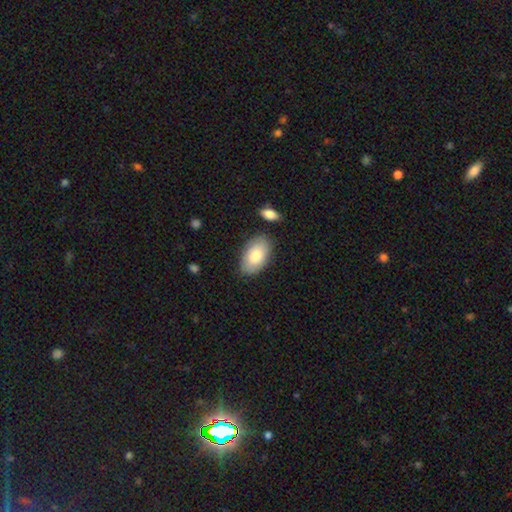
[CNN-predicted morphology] Smooth or featured? smooth (80%)
How rounded? in between (94%)
Merging? none (80%)